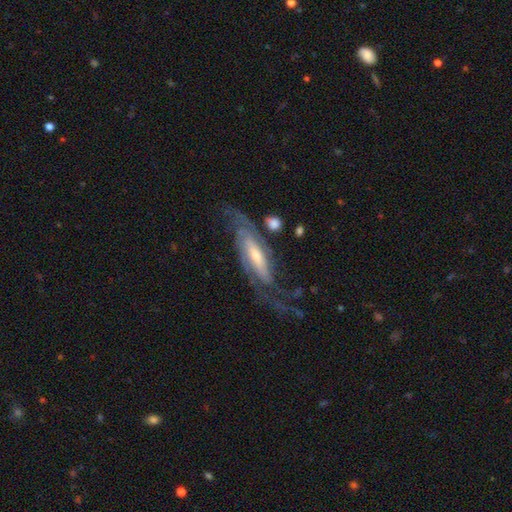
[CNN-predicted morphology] Smooth or featured: featured or disk — 86% (smooth — 9%)
Edge-on disk: no — 84% (yes — 16%)
Bar: weak — 37% (no — 35%)
Spiral arms: yes — 96% (no — 4%)
Spiral winding: medium — 44% (tight — 37%)
Spiral arm count: 2 — 67% (can't tell — 16%)
Bulge size: small — 47% (moderate — 41%)
Merging: none — 61% (minor disturbance — 18%)